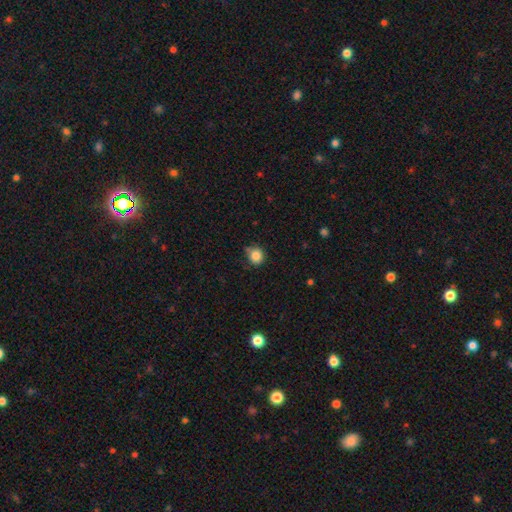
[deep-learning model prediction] Morphology: type=smooth (85%); roundness=round (85%); merging=none (73%).